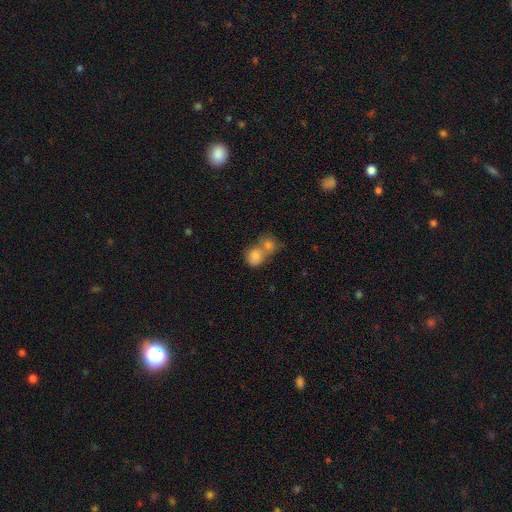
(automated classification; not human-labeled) smooth 80%, featured or disk 11%, star or artifact 9%. Down the decision tree: how rounded — round (68%); merging — merger (64%).